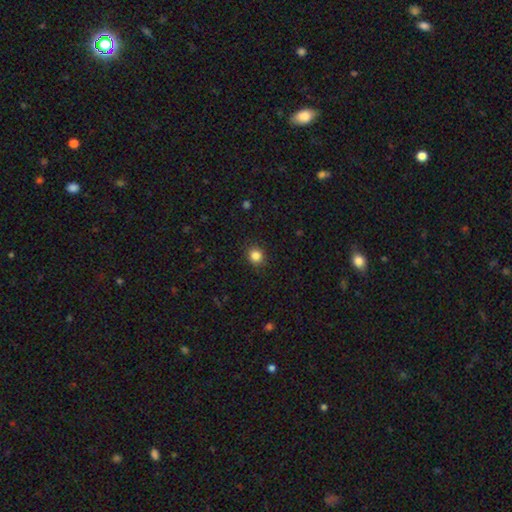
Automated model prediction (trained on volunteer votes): Overall: smooth (84%). How rounded: round (85%). Merging: none (90%).